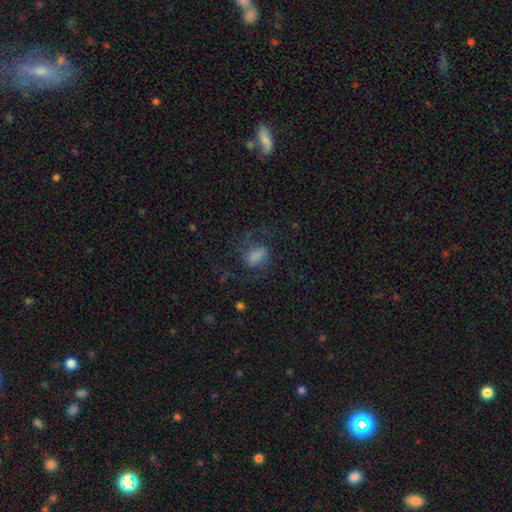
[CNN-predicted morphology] Smooth or featured?
  - smooth: 49% *
  - featured or disk: 35%
  - star or artifact: 16%
Merging?
  - none: 48% *
  - major disturbance: 30%
  - minor disturbance: 19%
  - merger: 2%